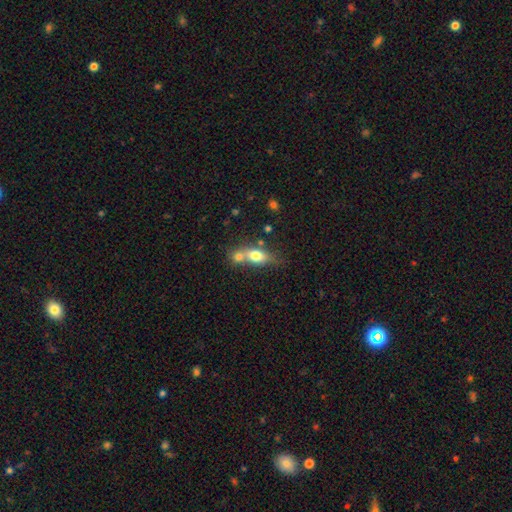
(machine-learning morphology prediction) This appears to be a smooth galaxy with no disk features (70%) that is in between round and cigar-shaped (65%). Merging: merger (56%).